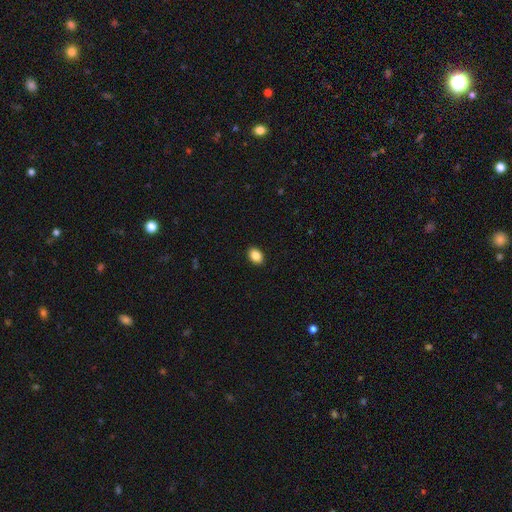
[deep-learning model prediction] The model was most divided on "how rounded": in between: 78%, round: 21%, cigar-shaped: 1%. More confident: merging — none (91%); smooth or featured — smooth (87%).